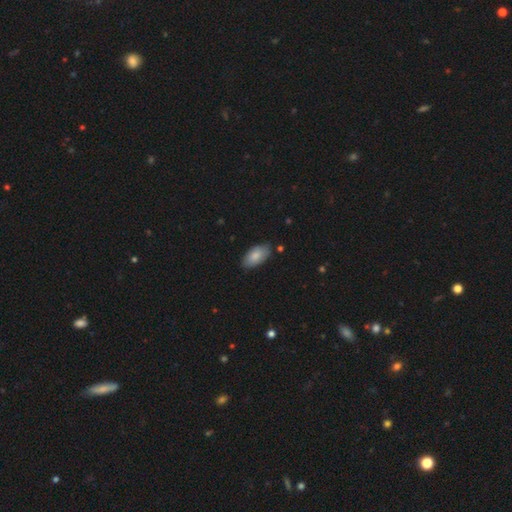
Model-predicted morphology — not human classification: smooth 83%, featured or disk 11%, star or artifact 6%. Down the decision tree: how rounded — in between (94%); merging — none (78%).